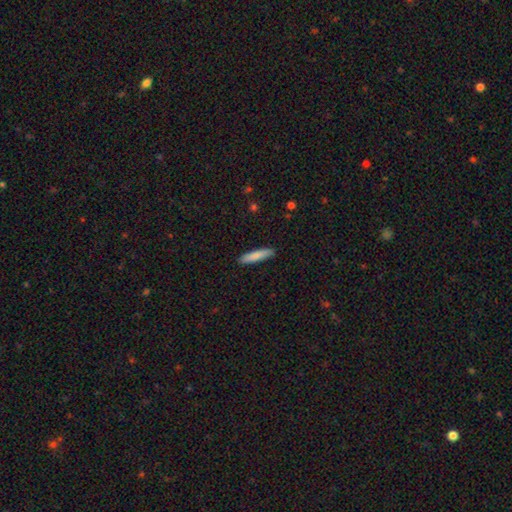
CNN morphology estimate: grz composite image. It shows a smooth galaxy with no disk features (83%) that is cigar-shaped (86%). Merging: none (90%).